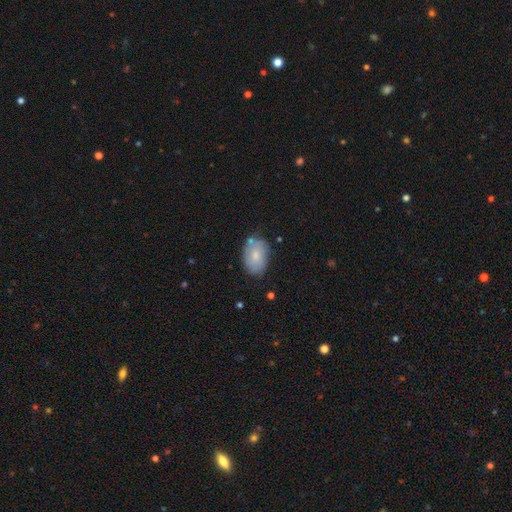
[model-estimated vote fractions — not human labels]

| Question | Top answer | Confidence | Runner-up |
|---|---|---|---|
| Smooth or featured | smooth | 72% | featured or disk (22%) |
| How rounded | in between | 85% | round (14%) |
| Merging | none | 67% | minor disturbance (23%) |